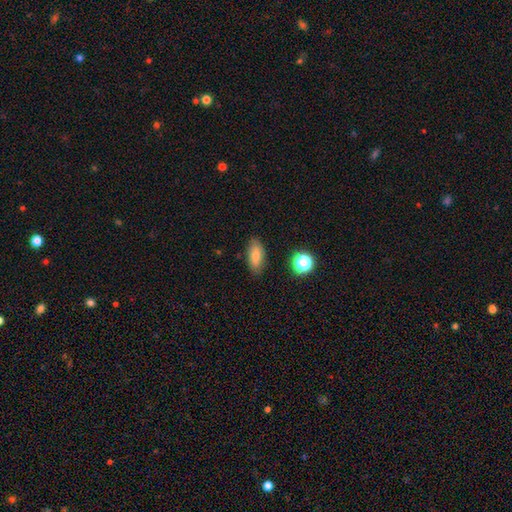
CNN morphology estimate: smooth 80%, featured or disk 11%, star or artifact 9%. Down the decision tree: how rounded — in between (83%); merging — none (84%).